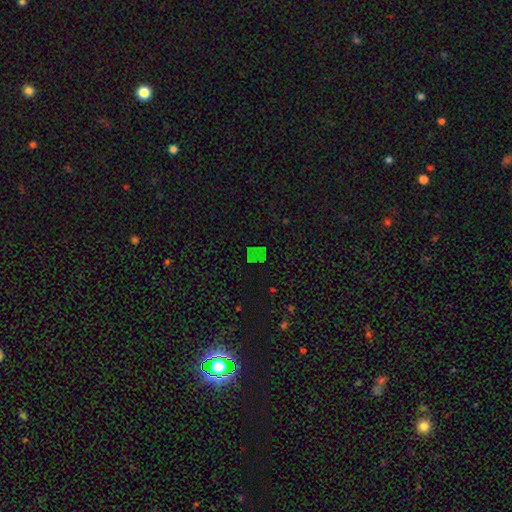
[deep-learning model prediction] This is likely a star or artifact rather than a galaxy (62%).